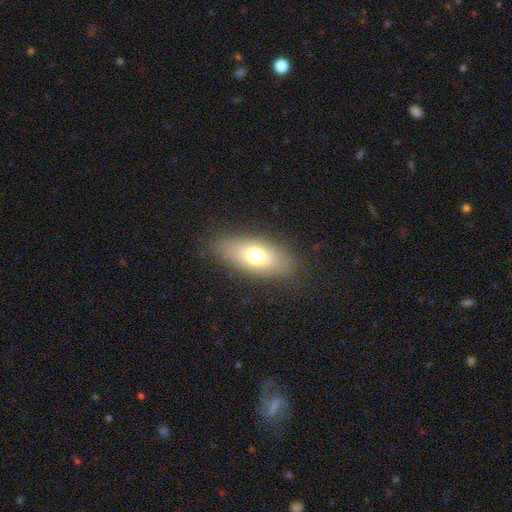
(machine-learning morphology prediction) Smooth or featured?
  - smooth: 70% *
  - featured or disk: 21%
  - star or artifact: 9%
How rounded?
  - in between: 81% *
  - cigar-shaped: 14%
  - round: 5%
Merging?
  - none: 85% *
  - minor disturbance: 10%
  - major disturbance: 4%
  - merger: 1%